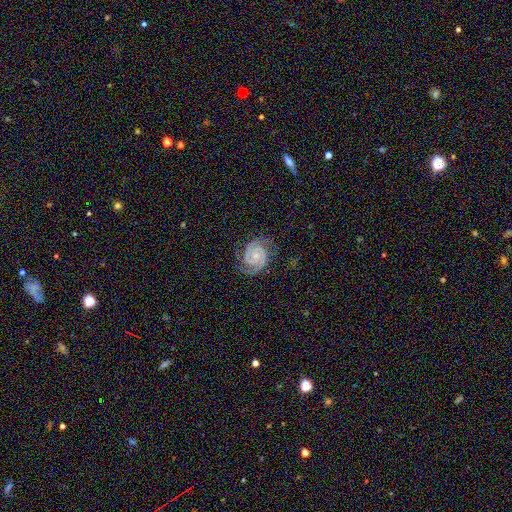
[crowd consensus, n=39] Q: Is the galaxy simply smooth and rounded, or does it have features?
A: featured or disk — 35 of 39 (90%).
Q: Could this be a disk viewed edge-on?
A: no — 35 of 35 (100%).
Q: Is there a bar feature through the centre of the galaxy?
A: no — 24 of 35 (69%).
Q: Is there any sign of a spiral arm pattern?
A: yes — 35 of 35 (100%).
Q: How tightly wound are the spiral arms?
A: tight — 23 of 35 (66%).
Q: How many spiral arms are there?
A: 2 — 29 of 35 (83%).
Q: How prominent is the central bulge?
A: small — 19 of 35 (54%).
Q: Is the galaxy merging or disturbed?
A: none — 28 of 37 (76%).